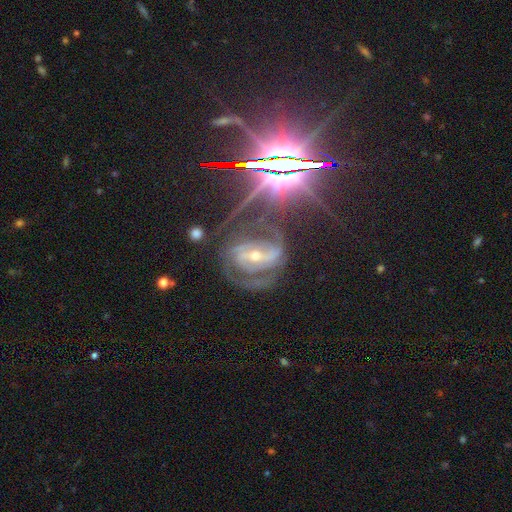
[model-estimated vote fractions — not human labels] Q: Smooth or featured?
A: featured or disk (80%); runner-up: star or artifact (15%)
Q: Edge-on disk?
A: no (96%); runner-up: yes (4%)
Q: Bar?
A: strong (61%); runner-up: weak (26%)
Q: Spiral arms?
A: yes (94%); runner-up: no (6%)
Q: Spiral winding?
A: medium (48%); runner-up: tight (38%)
Q: Spiral arm count?
A: 2 (71%); runner-up: can't tell (10%)
Q: Bulge size?
A: small (53%); runner-up: moderate (44%)
Q: Merging?
A: none (64%); runner-up: minor disturbance (18%)